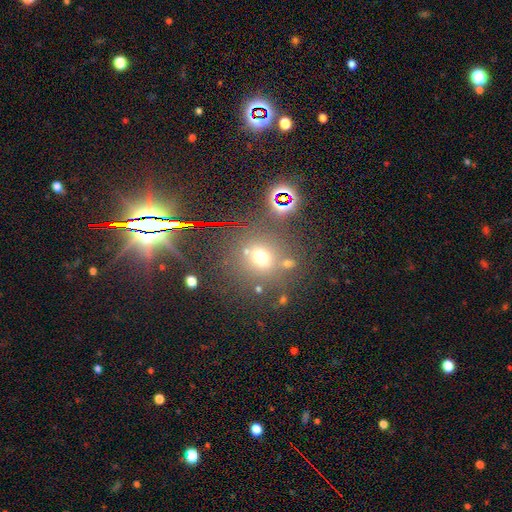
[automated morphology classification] A smooth galaxy with no disk features (44%). Merging: none (74%).